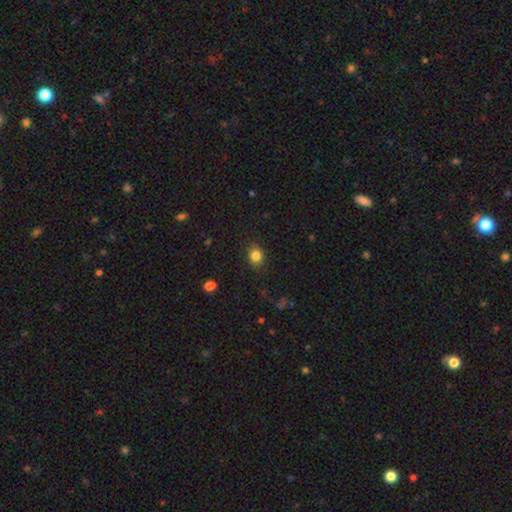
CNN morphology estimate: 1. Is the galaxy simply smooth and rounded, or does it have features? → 84% smooth, 11% star or artifact, 5% featured or disk.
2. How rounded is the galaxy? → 57% round, 42% in between, 1% cigar-shaped.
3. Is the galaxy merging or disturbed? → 87% none, 9% minor disturbance, 3% major disturbance, 1% merger.